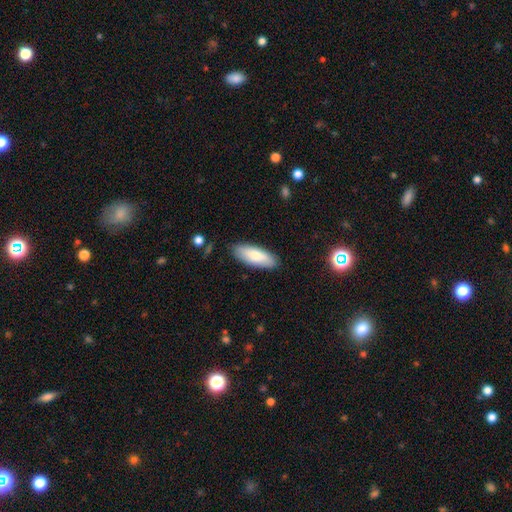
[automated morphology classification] Smooth or featured: smooth — 79% (featured or disk — 16%)
How rounded: in between — 68% (cigar-shaped — 31%)
Merging: none — 86% (minor disturbance — 10%)